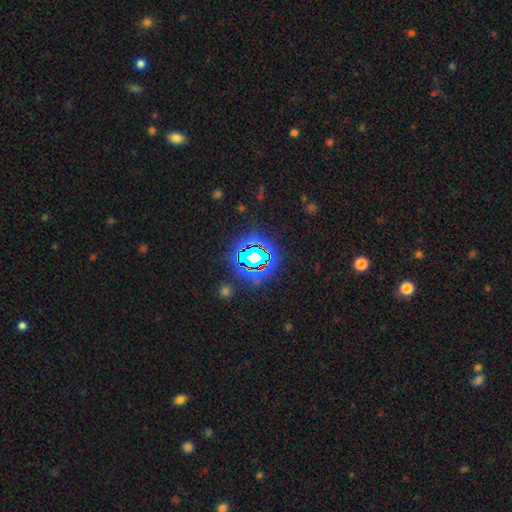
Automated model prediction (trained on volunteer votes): A star or artifact, not a galaxy (81%).

Vote fractions:
- Smooth or featured? star or artifact: 81% / smooth: 11% / featured or disk: 8%